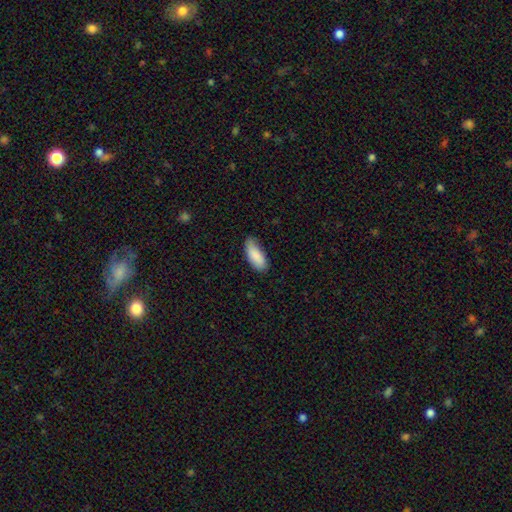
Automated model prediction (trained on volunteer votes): Morphology: type=smooth (88%); roundness=in between (83%); merging=none (74%).